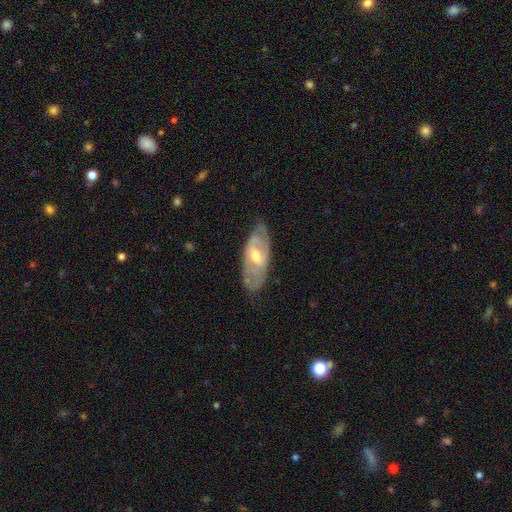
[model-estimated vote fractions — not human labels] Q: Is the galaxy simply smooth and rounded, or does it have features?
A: featured or disk — 72%.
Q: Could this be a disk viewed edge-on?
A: no — 84%.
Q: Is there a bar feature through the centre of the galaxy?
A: weak — 45%.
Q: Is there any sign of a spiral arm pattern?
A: yes — 67%.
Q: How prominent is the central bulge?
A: moderate — 67%.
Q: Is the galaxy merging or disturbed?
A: none — 75%.